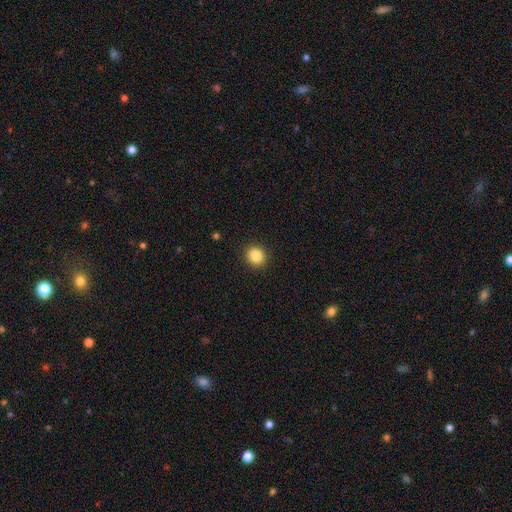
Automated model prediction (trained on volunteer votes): Smooth or featured? smooth (86%)
How rounded? round (81%)
Merging? none (91%)